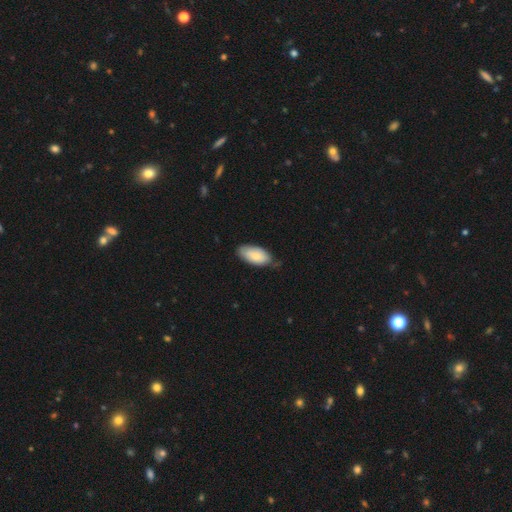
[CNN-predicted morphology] Q: Smooth or featured?
A: smooth (79%); runner-up: featured or disk (15%)
Q: How rounded?
A: in between (94%); runner-up: cigar-shaped (4%)
Q: Merging?
A: none (65%); runner-up: minor disturbance (29%)